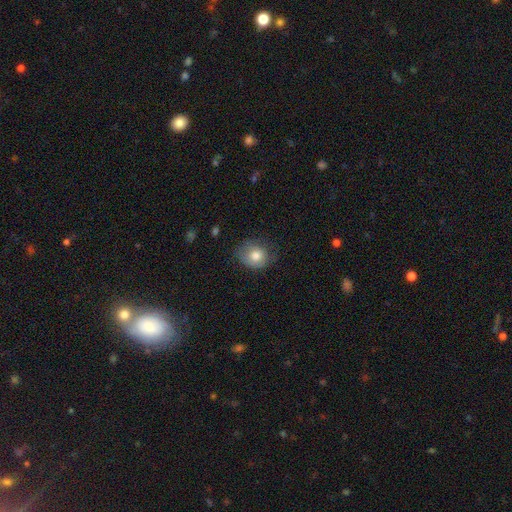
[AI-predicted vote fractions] Smooth or featured? Predicted: smooth (p=0.78). How rounded? Predicted: round (p=0.65). Merging? Predicted: none (p=0.59).